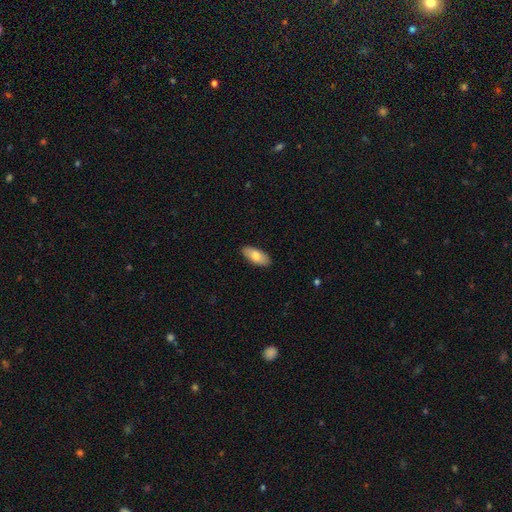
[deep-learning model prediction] Smooth or featured? Predicted: smooth (p=0.79). How rounded? Predicted: in between (p=0.88). Merging? Predicted: none (p=0.89).